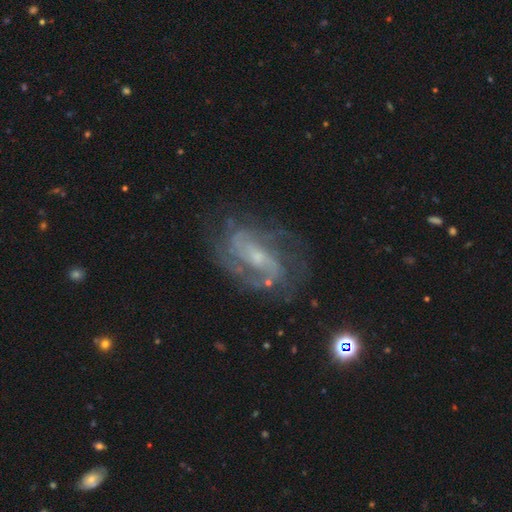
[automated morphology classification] This appears to be a featured or disk galaxy (85%) with a weak bar (45%), 2 (57%) medium (47%) spiral arms (94%) and a small central bulge (65%). Merging: none (71%).